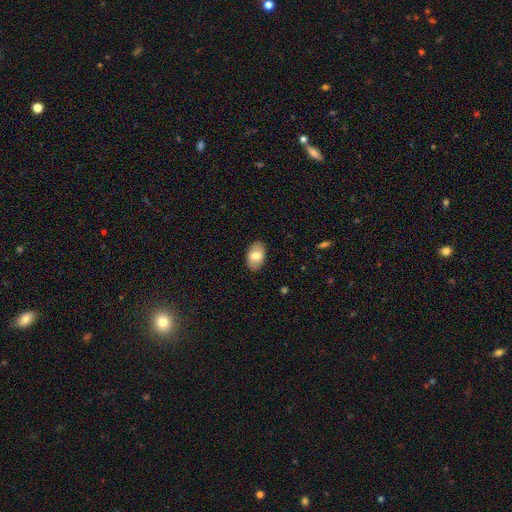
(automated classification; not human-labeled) Smooth or featured?
  - smooth: 74% *
  - featured or disk: 20%
  - star or artifact: 7%
How rounded?
  - in between: 92% *
  - round: 7%
  - cigar-shaped: 1%
Merging?
  - none: 87% *
  - minor disturbance: 9%
  - major disturbance: 2%
  - merger: 1%